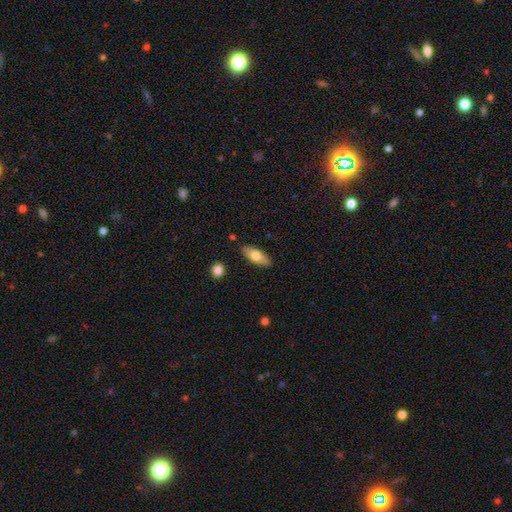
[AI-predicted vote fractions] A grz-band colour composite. It shows a smooth galaxy with no disk features (72%) that is in between round and cigar-shaped (79%). Merging: none (85%).